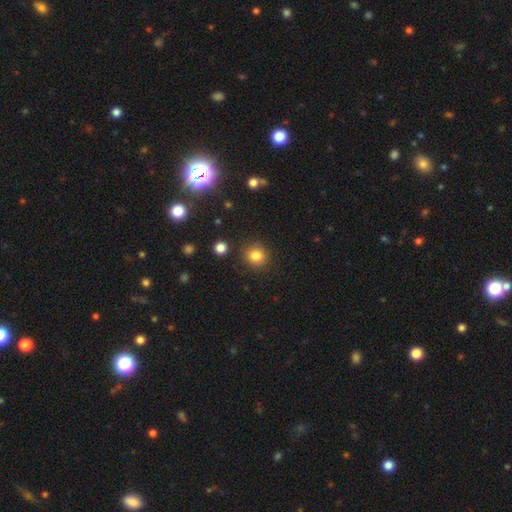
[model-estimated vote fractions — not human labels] smooth 83%, star or artifact 11%, featured or disk 6%. Down the decision tree: how rounded — round (87%); merging — none (88%).